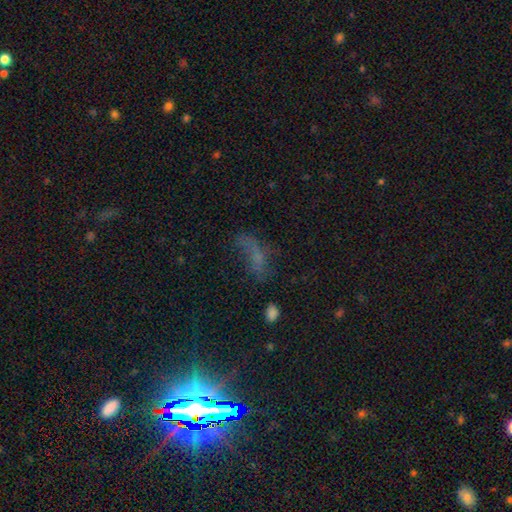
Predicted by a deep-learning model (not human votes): Morphology: type=smooth (37%); merging=none (37%).